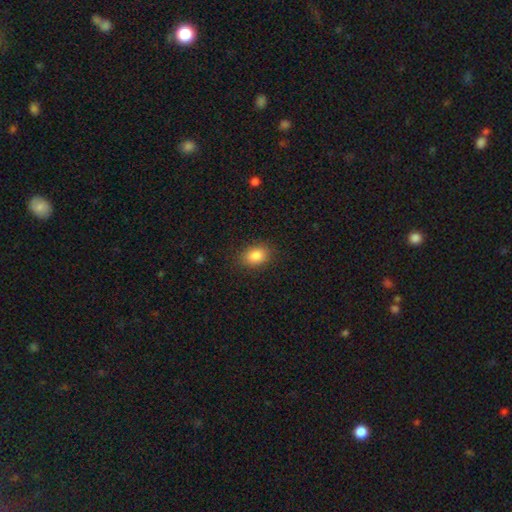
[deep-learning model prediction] Morphology: type=smooth (87%); roundness=in between (74%); merging=none (86%).